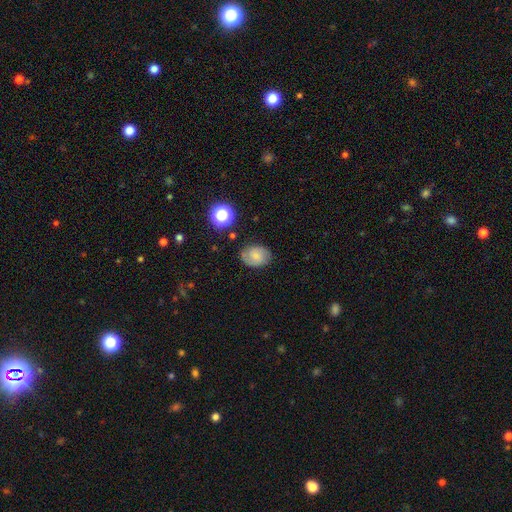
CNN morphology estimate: smooth-or-featured: smooth: 50% | featured or disk: 38% | star or artifact: 11%
  how-rounded: in between: 62% | round: 37% | cigar-shaped: 1%
  merging: none: 76% | minor disturbance: 17% | major disturbance: 5% | merger: 2%